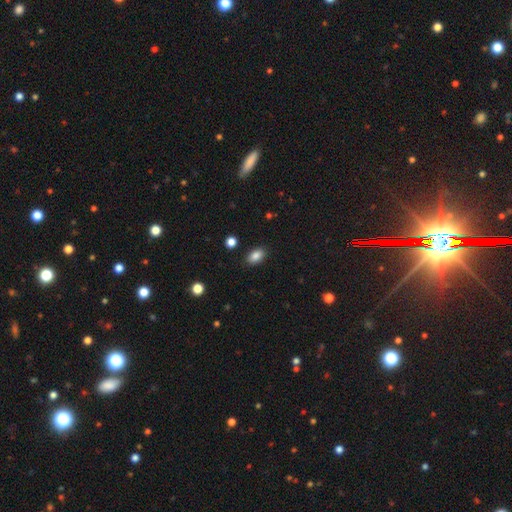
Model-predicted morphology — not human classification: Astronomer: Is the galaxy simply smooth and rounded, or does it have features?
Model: smooth — 86%.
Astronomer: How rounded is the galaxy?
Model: in between — 89%.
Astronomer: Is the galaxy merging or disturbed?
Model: none — 88%.